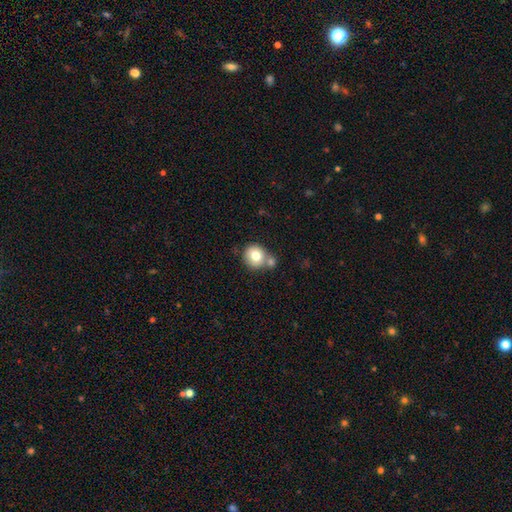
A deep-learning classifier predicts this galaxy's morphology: Overall: smooth (77%). How rounded: round (87%). Merging: none (55%; merger 31%).